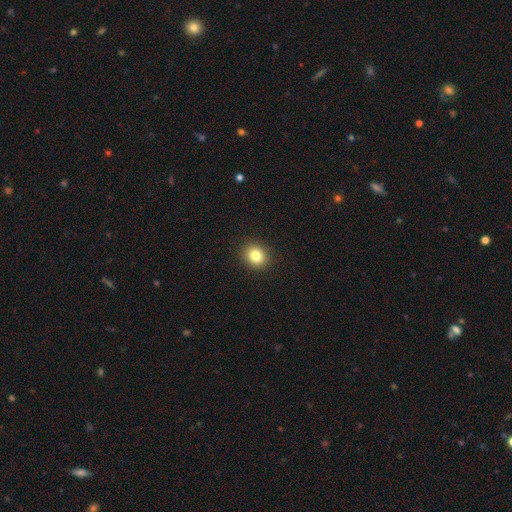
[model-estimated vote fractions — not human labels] Smooth or featured? smooth (82%)
How rounded? round (76%)
Merging? none (91%)